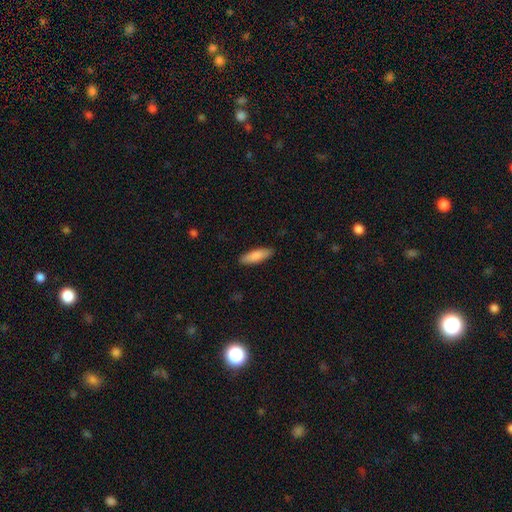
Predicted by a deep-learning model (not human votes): Q: Smooth or featured?
A: smooth (86%); runner-up: featured or disk (8%)
Q: How rounded?
A: cigar-shaped (51%); runner-up: in between (48%)
Q: Merging?
A: none (89%); runner-up: minor disturbance (8%)